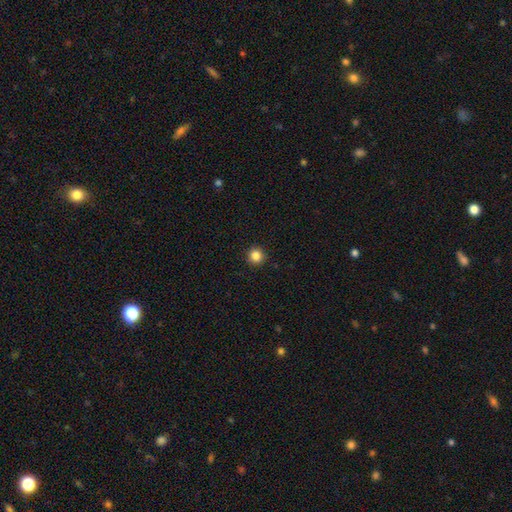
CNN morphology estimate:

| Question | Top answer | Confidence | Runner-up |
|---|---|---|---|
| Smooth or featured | smooth | 85% | star or artifact (11%) |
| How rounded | round | 95% | in between (5%) |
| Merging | none | 92% | minor disturbance (5%) |